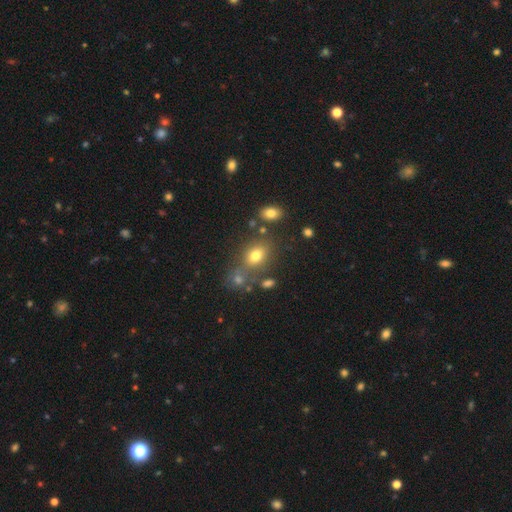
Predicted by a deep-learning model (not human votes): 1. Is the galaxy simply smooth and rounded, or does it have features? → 74% smooth, 15% star or artifact, 11% featured or disk.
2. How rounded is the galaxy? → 61% in between, 37% round, 1% cigar-shaped.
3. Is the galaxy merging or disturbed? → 63% none, 18% merger, 14% minor disturbance, 6% major disturbance.